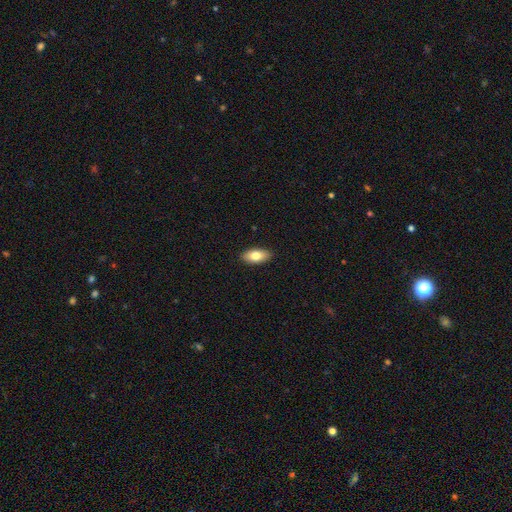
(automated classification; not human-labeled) Q: Smooth or featured?
A: smooth (78%); runner-up: featured or disk (16%)
Q: How rounded?
A: in between (90%); runner-up: cigar-shaped (7%)
Q: Merging?
A: none (90%); runner-up: minor disturbance (7%)